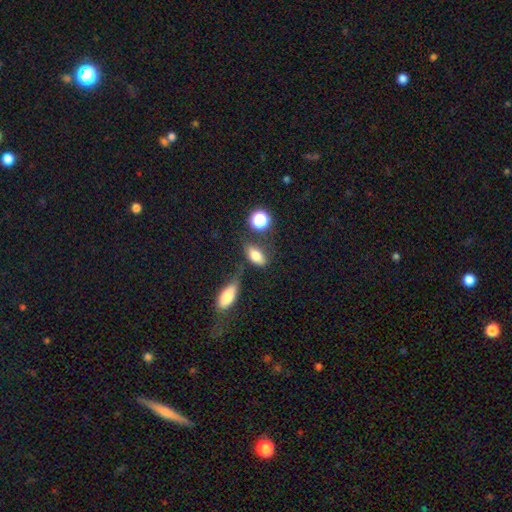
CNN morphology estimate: Smooth or featured?
  - smooth: 78% *
  - star or artifact: 11%
  - featured or disk: 11%
How rounded?
  - in between: 83% *
  - round: 10%
  - cigar-shaped: 7%
Merging?
  - none: 59% *
  - minor disturbance: 19%
  - merger: 14%
  - major disturbance: 8%